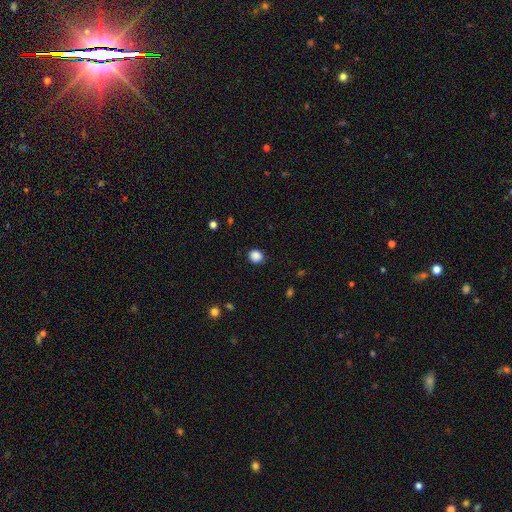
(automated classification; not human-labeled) Smooth or featured? Predicted: smooth (p=0.87). How rounded? Predicted: round (p=0.77). Merging? Predicted: none (p=0.87).